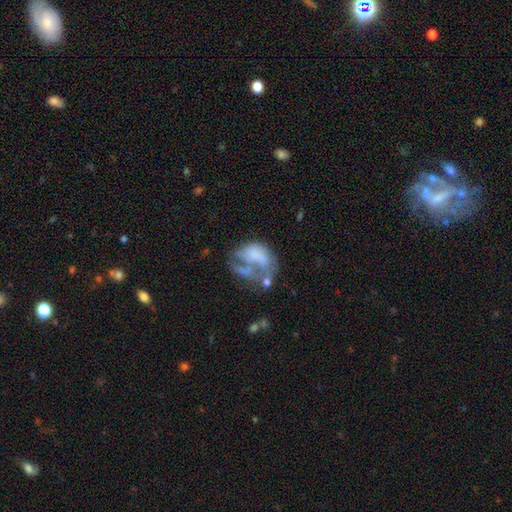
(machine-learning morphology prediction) Q: Smooth or featured?
A: featured or disk (54%); runner-up: smooth (35%)
Q: Edge-on disk?
A: no (98%); runner-up: yes (2%)
Q: Bar?
A: no (85%); runner-up: weak (11%)
Q: Spiral arms?
A: no (76%); runner-up: yes (24%)
Q: Bulge size?
A: none (64%); runner-up: moderate (13%)
Q: Merging?
A: major disturbance (45%); runner-up: none (21%)